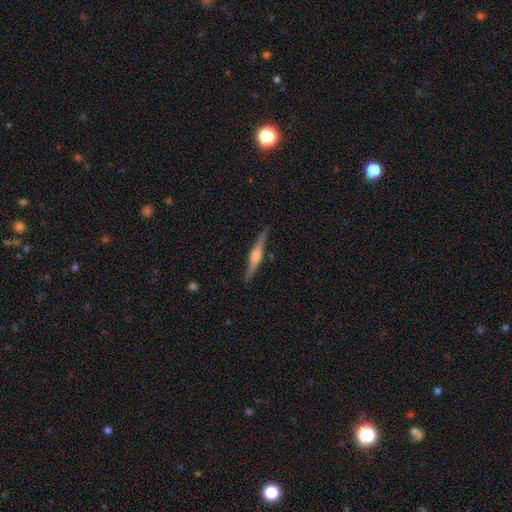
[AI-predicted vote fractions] smooth-or-featured: featured or disk: 76% | smooth: 18% | star or artifact: 5%
  disk-edge-on: yes: 98% | no: 2%
    edge-on-bulge: rounded: 82% | boxy: 13% | none: 5%
  merging: none: 89% | minor disturbance: 8% | major disturbance: 2% | merger: 1%